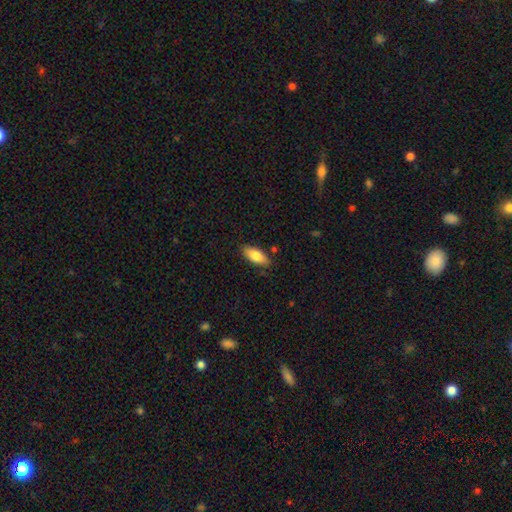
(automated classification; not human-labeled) The model was most divided on "smooth or featured": smooth: 78%, featured or disk: 15%, star or artifact: 6%. More confident: merging — none (84%); how rounded — in between (82%).